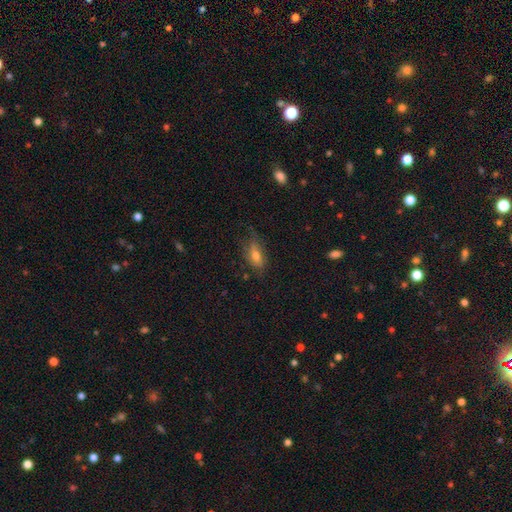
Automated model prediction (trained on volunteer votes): smooth-or-featured: smooth: 62% | featured or disk: 27% | star or artifact: 11%
  how-rounded: in between: 80% | cigar-shaped: 13% | round: 7%
  merging: none: 59% | minor disturbance: 27% | major disturbance: 12% | merger: 2%